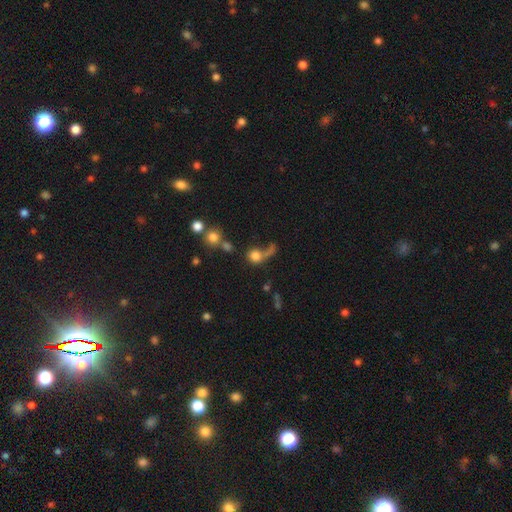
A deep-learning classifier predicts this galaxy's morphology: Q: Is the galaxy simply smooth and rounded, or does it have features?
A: smooth — 71%.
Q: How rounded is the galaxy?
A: round — 81%.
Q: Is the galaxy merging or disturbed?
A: none — 38%.